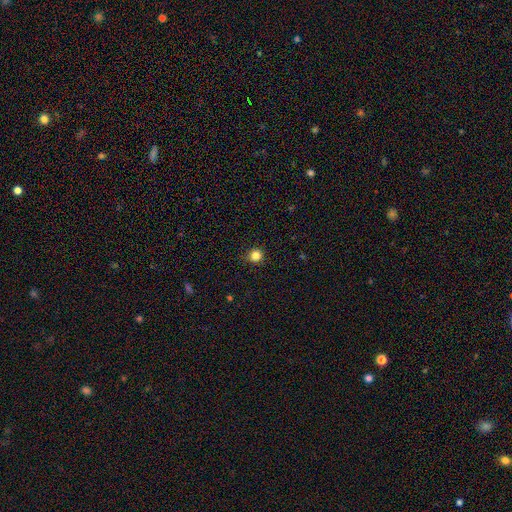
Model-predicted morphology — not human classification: Smooth or featured?
  - smooth: 83% *
  - star or artifact: 13%
  - featured or disk: 4%
How rounded?
  - round: 93% *
  - in between: 6%
  - cigar-shaped: 1%
Merging?
  - none: 88% *
  - minor disturbance: 9%
  - major disturbance: 2%
  - merger: 1%